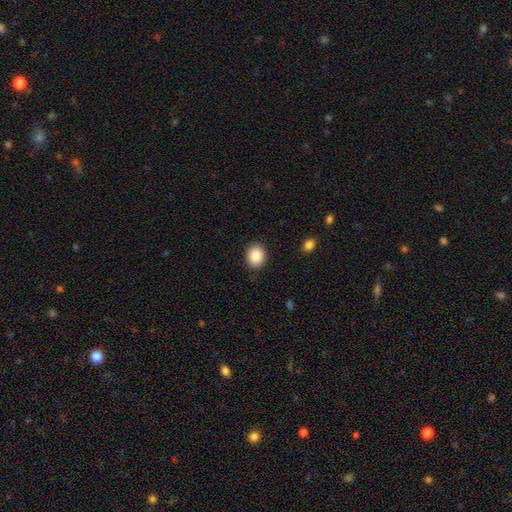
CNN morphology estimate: Smooth or featured? smooth (87%)
How rounded? round (54%)
Merging? none (90%)